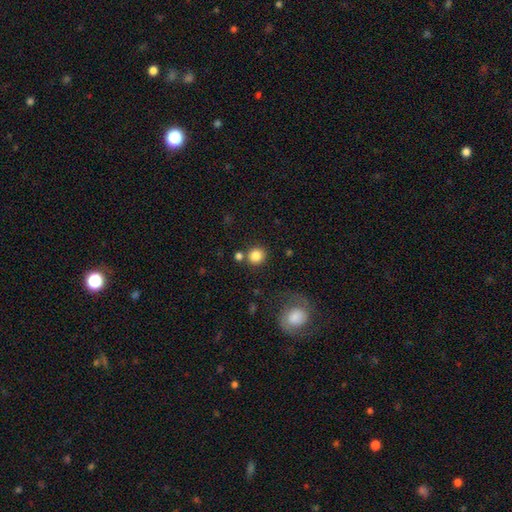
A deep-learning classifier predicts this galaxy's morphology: smooth_or_featured: smooth (p=0.84) [alt: star or artifact p=0.10]
how_rounded: round (p=0.87) [alt: in between p=0.12]
merging: none (p=0.76) [alt: merger p=0.12]